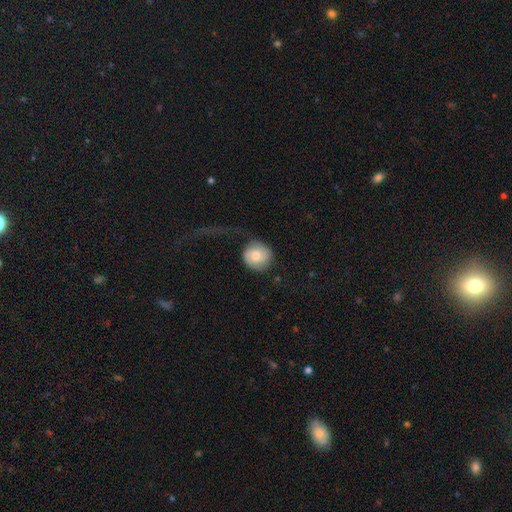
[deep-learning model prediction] smooth 52%, featured or disk 41%, star or artifact 7%. Down the decision tree: how rounded — round (86%); merging — none (57%).